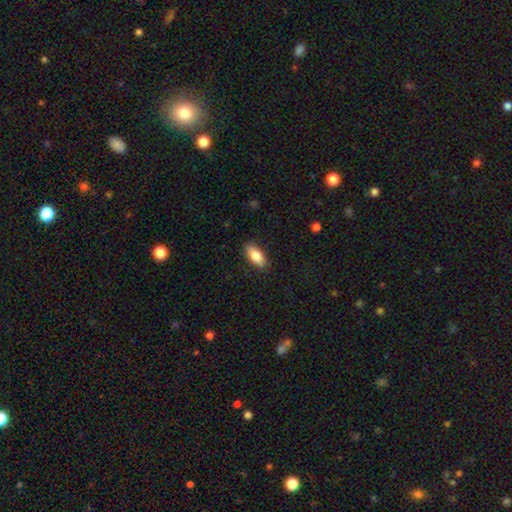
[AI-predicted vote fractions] Overall: smooth (83%). How rounded: in between (85%). Merging: none (88%).